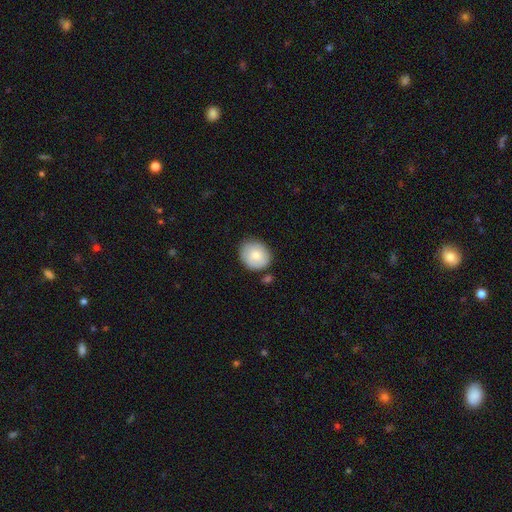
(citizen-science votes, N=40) smooth_or_featured: smooth (p=0.85) [alt: featured or disk p=0.10]
how_rounded: round (p=0.71) [alt: in between p=0.26]
merging: none (p=0.79) [alt: minor disturbance p=0.18]